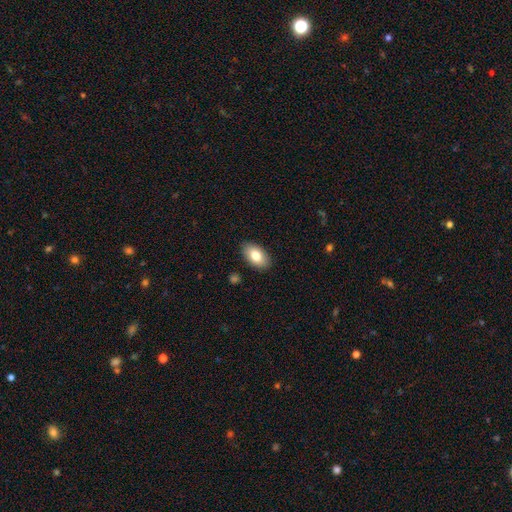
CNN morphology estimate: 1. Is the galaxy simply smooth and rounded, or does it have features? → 80% smooth, 13% featured or disk, 7% star or artifact.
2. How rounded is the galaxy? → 94% in between, 5% round, 2% cigar-shaped.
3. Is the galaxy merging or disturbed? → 88% none, 9% minor disturbance, 2% major disturbance, 1% merger.